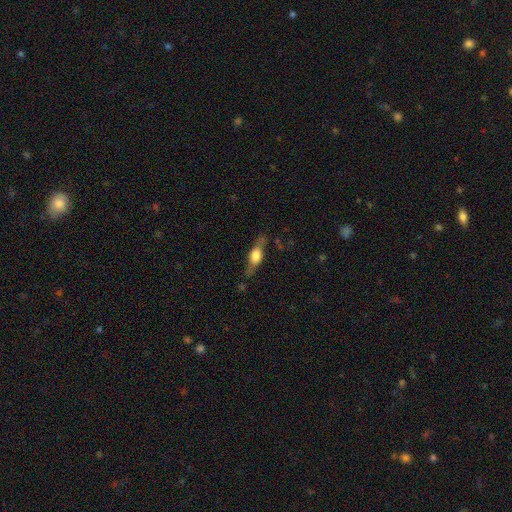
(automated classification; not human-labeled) Smooth or featured? Predicted: featured or disk (p=0.48). Merging? Predicted: none (p=0.69).